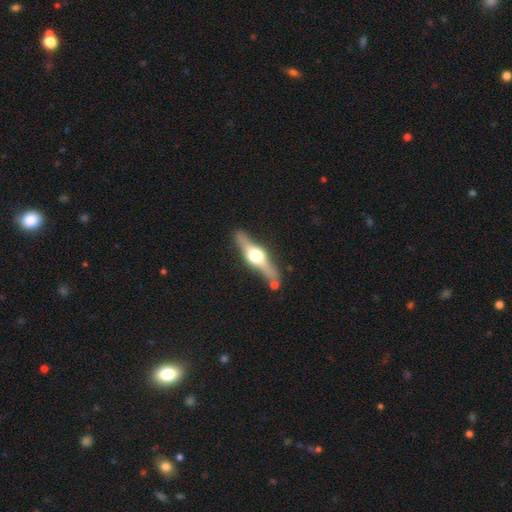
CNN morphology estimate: Smooth or featured? Predicted: featured or disk (p=0.78). Edge-on disk? Predicted: yes (p=0.97). Edge-on bulge? Predicted: rounded (p=0.95). Merging? Predicted: none (p=0.79).